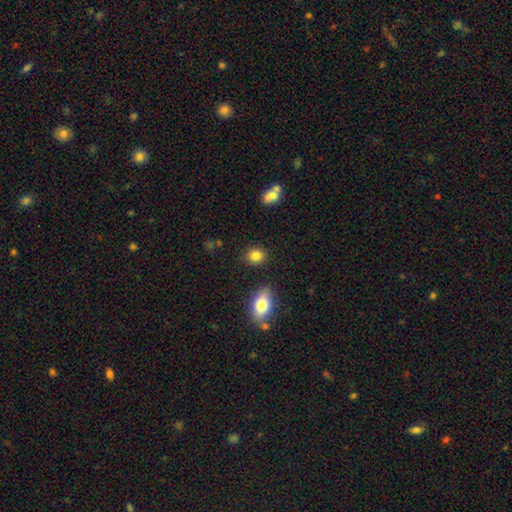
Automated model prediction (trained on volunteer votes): This is clearly a smooth galaxy (85%). How rounded: likely round (73%). Merging: clearly none (88%).